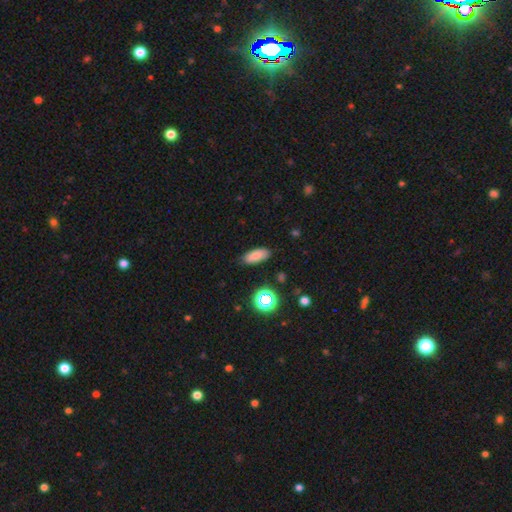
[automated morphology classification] Smooth or featured?
  - smooth: 80% *
  - star or artifact: 11%
  - featured or disk: 9%
How rounded?
  - in between: 82% *
  - cigar-shaped: 13%
  - round: 5%
Merging?
  - none: 85% *
  - minor disturbance: 10%
  - major disturbance: 2%
  - merger: 2%